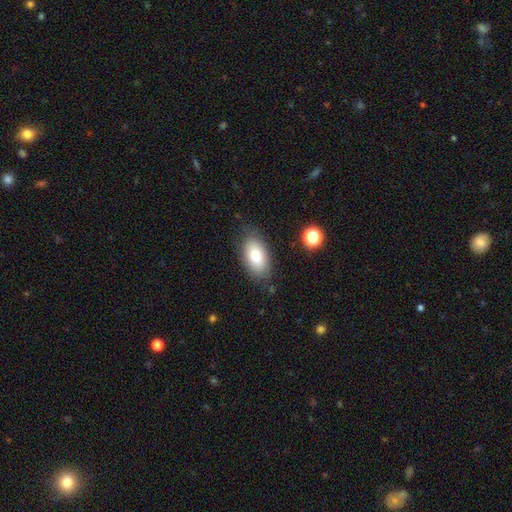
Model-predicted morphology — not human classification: Overall: smooth (78%). How rounded: in between (92%). Merging: none (80%).